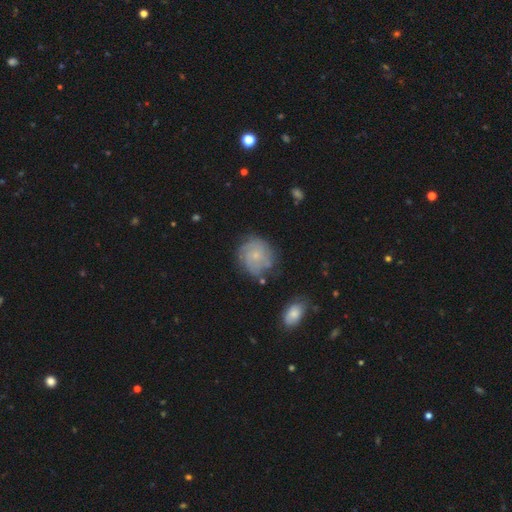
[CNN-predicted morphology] smooth_or_featured: featured or disk (p=0.60) [alt: smooth p=0.32]
disk_edge_on: no (p=0.98) [alt: yes p=0.02]
bar: no (p=0.81) [alt: weak p=0.17]
has_spiral_arms: yes (p=0.85) [alt: no p=0.15]
bulge_size: small (p=0.74) [alt: moderate p=0.18]
merging: none (p=0.70) [alt: minor disturbance p=0.19]